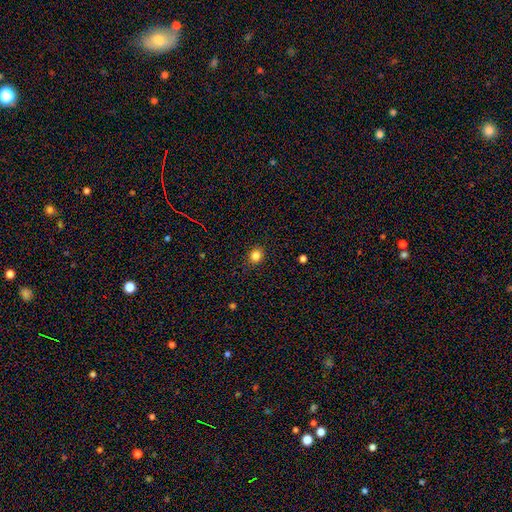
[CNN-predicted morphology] Smooth or featured? smooth (83%)
How rounded? round (78%)
Merging? none (89%)